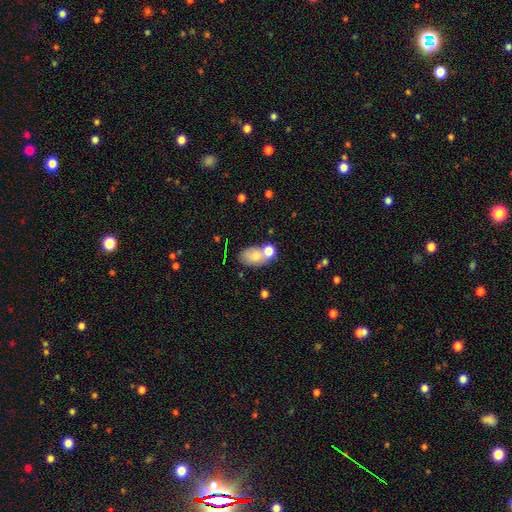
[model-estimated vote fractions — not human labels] Q: Smooth or featured?
A: smooth (76%); runner-up: featured or disk (15%)
Q: How rounded?
A: in between (86%); runner-up: round (12%)
Q: Merging?
A: none (48%); runner-up: merger (28%)